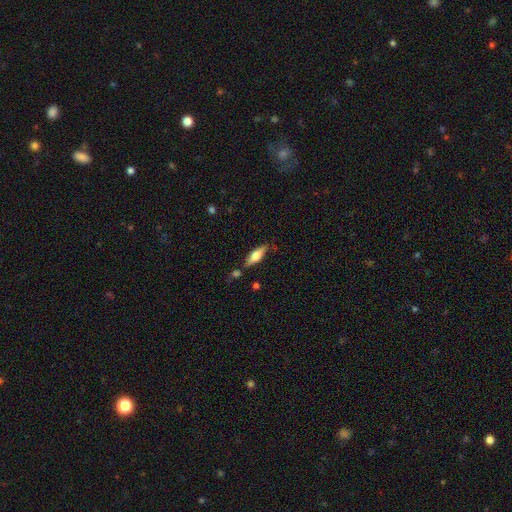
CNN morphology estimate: Smooth or featured: smooth — 54% (featured or disk — 39%)
How rounded: in between — 52% (cigar-shaped — 46%)
Merging: none — 72% (minor disturbance — 17%)